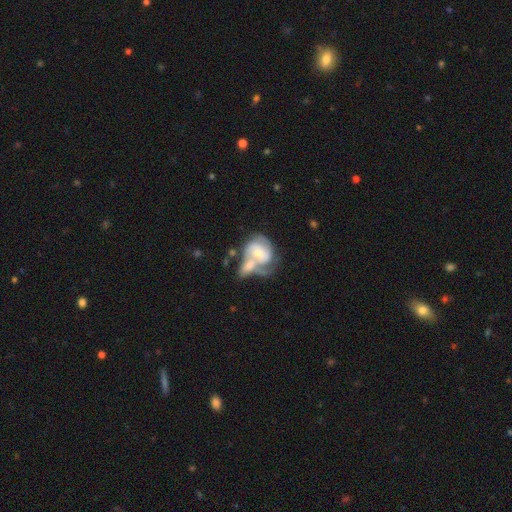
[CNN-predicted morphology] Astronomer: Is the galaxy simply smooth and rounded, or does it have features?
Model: featured or disk — 73%.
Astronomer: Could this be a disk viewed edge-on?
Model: no — 97%.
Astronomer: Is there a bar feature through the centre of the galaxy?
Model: no — 52% (runner-up: weak, 36%).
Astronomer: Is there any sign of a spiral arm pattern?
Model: yes — 86%.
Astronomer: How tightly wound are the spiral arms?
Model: tight — 45% (runner-up: medium, 40%).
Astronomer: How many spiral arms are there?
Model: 2 — 56%.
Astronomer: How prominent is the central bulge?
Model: moderate — 54% (runner-up: small, 38%).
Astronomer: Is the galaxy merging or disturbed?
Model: merger — 57%.